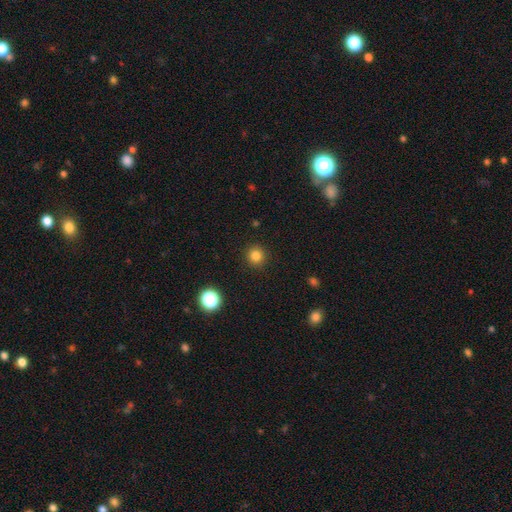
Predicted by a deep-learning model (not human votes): A smooth galaxy with no disk features (82%) that is round (93%). Merging: none (91%).